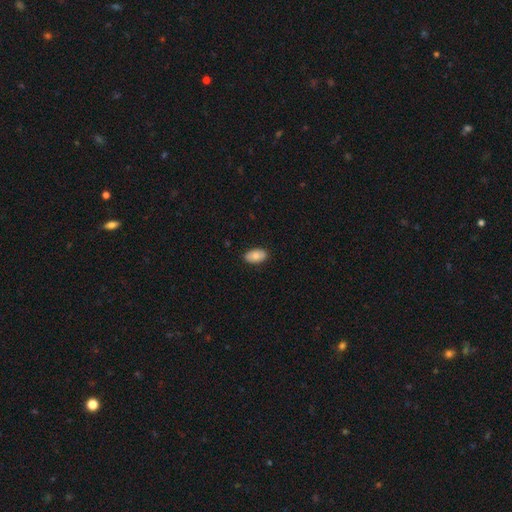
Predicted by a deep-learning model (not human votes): Smooth or featured: smooth — 80% (featured or disk — 14%)
How rounded: in between — 93% (round — 5%)
Merging: none — 88% (minor disturbance — 10%)